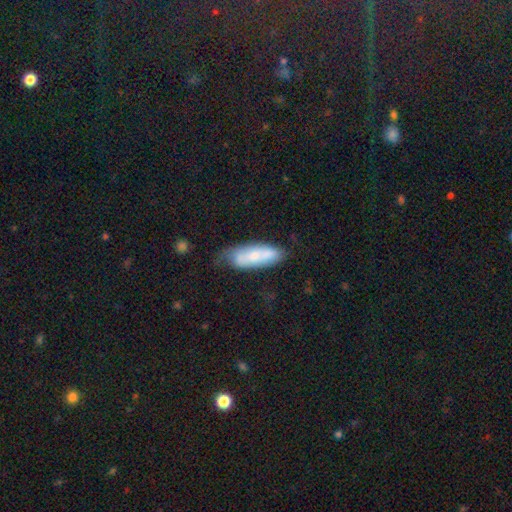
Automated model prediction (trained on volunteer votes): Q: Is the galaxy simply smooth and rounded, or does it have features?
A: smooth — 56%.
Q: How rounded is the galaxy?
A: in between — 65%.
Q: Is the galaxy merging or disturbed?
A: none — 56%.